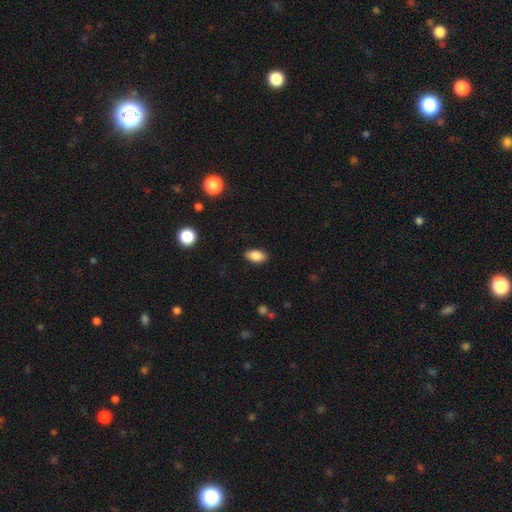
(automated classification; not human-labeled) Overall: smooth (86%). How rounded: in between (91%). Merging: none (87%).